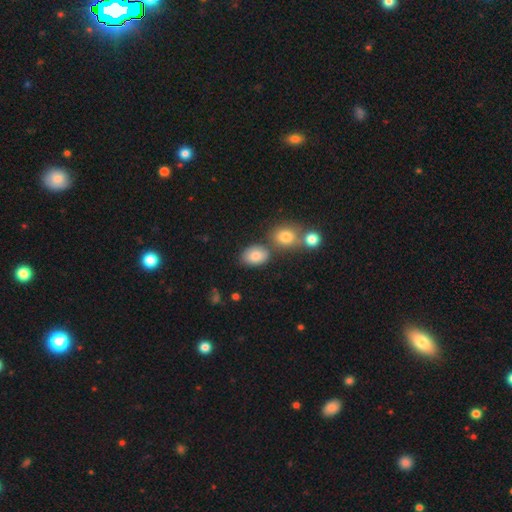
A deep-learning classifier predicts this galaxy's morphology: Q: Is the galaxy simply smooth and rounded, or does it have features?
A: smooth — 82%.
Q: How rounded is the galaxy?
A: in between — 72%.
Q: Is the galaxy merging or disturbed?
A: none — 66%.